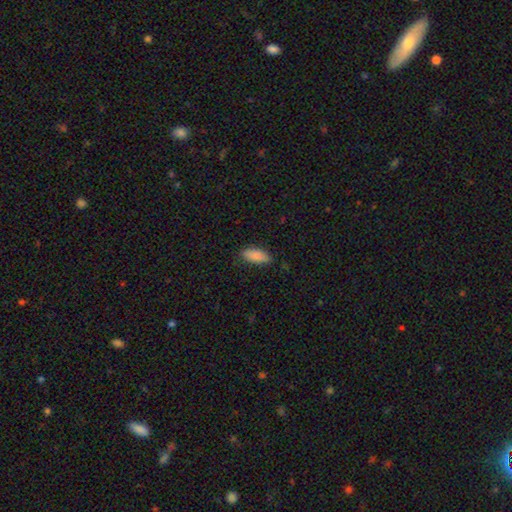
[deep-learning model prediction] This appears to be a smooth galaxy with no disk features (88%) that is in between round and cigar-shaped (80%). Merging: none (83%).